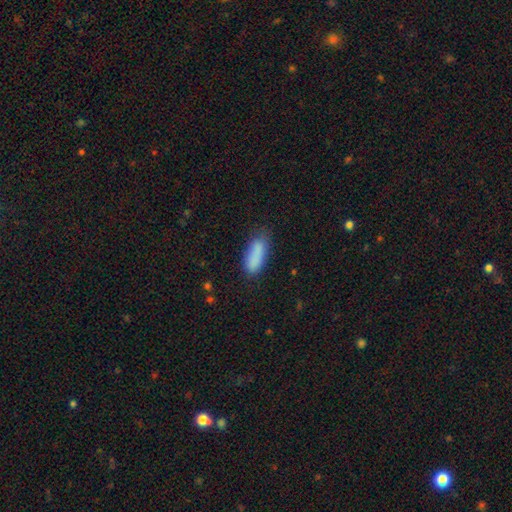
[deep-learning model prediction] A smooth galaxy with no disk features (86%) that is in between round and cigar-shaped (70%).

Vote fractions:
- Smooth or featured? smooth: 86% / star or artifact: 8% / featured or disk: 6%
- How rounded? in between: 70% / cigar-shaped: 28% / round: 2%
- Merging? none: 67% / minor disturbance: 23% / major disturbance: 7% / merger: 3%